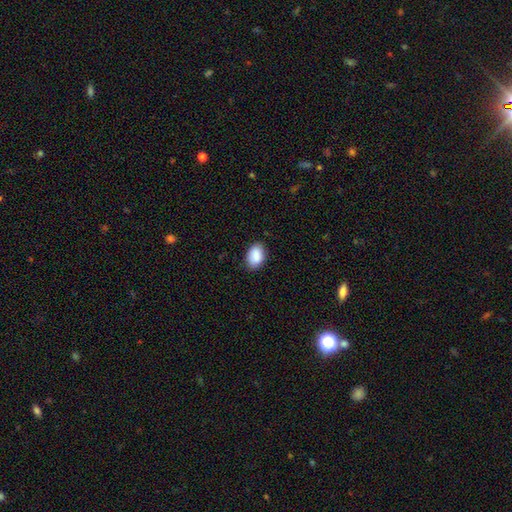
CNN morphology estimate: A smooth galaxy with no disk features (89%) that is in between round and cigar-shaped (90%). Merging: none (84%).